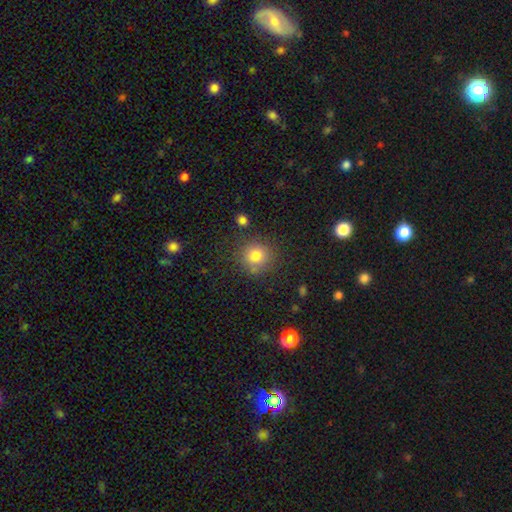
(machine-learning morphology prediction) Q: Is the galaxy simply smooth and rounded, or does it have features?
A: smooth — 80%.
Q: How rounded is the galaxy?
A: round — 90%.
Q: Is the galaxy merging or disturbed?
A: none — 80%.